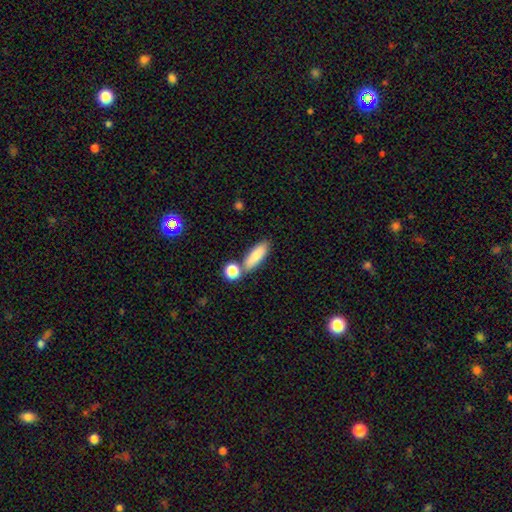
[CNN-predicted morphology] Q: Smooth or featured?
A: smooth (82%); runner-up: featured or disk (11%)
Q: How rounded?
A: in between (55%); runner-up: cigar-shaped (42%)
Q: Merging?
A: none (70%); runner-up: merger (16%)